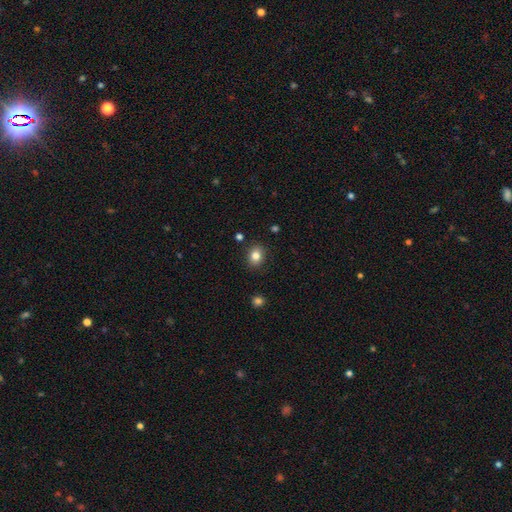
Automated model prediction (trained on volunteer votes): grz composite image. It shows a smooth galaxy with no disk features (82%) that is round (54%). Merging: none (87%).